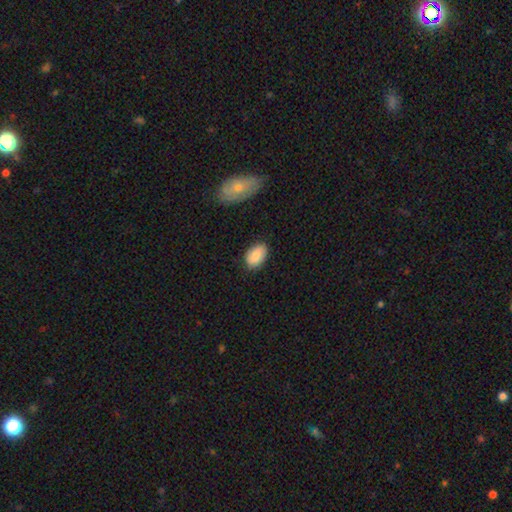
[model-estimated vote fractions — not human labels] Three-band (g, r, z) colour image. It shows a smooth galaxy with no disk features (83%) that is in between round and cigar-shaped (88%). Merging: none (80%).